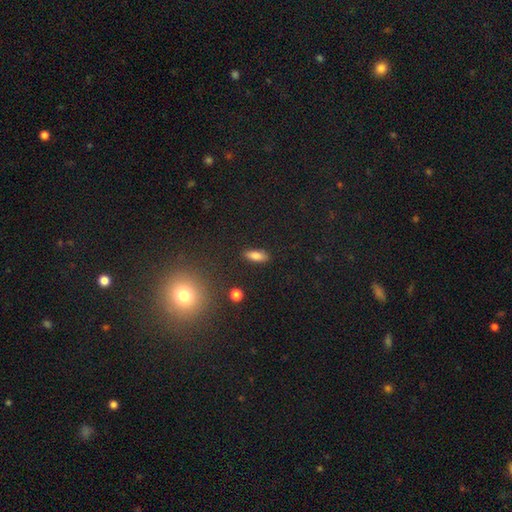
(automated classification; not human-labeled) Smooth or featured? smooth (82%)
How rounded? in between (73%)
Merging? none (88%)